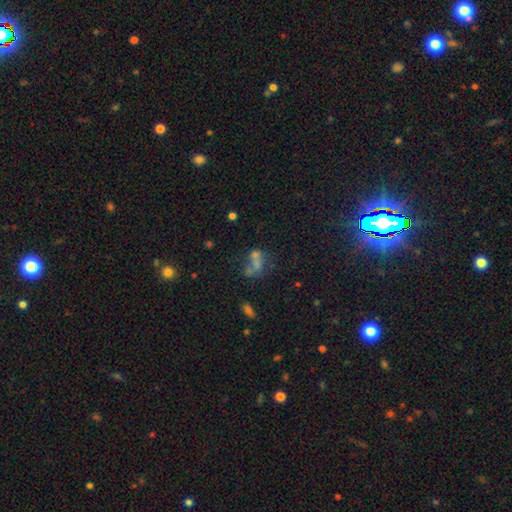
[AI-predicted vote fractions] Smooth or featured? smooth (44%)
Merging? merger (42%)